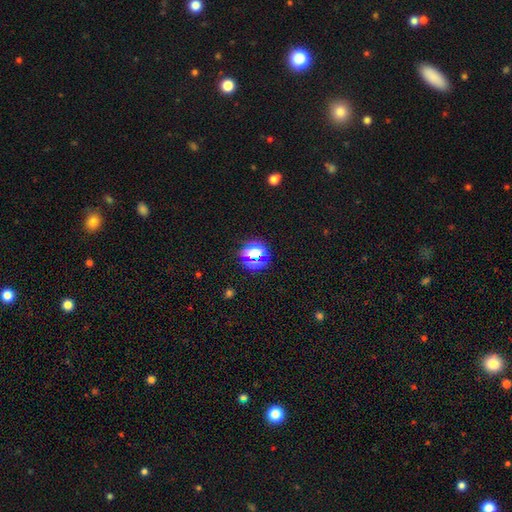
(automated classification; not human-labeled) Morphology: type=star or artifact (56%).